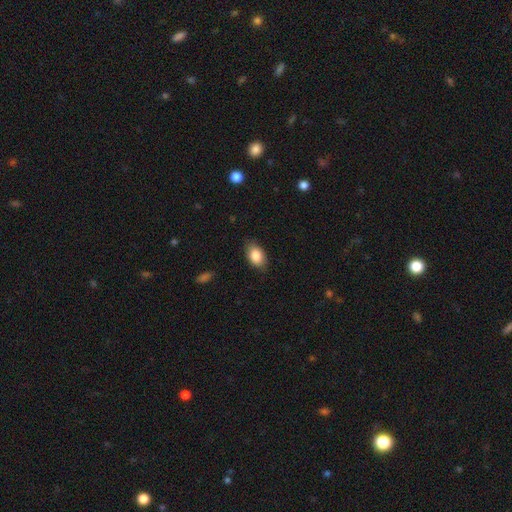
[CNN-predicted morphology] This appears to be a smooth galaxy with no disk features (85%) that is in between round and cigar-shaped (89%). Merging: none (82%).